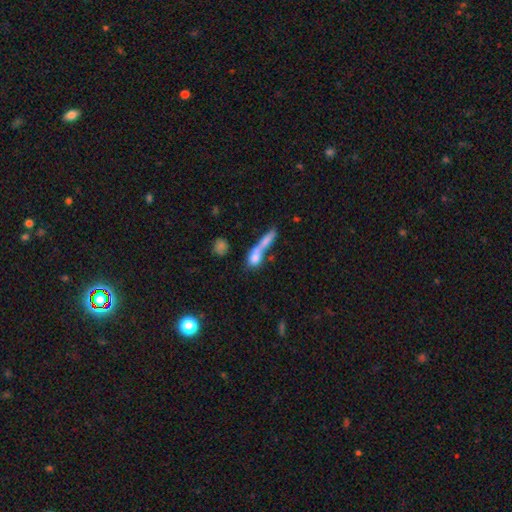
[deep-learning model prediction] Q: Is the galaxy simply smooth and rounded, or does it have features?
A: smooth — 68%.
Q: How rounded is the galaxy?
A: cigar-shaped — 43%.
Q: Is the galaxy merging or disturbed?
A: merger — 57%.